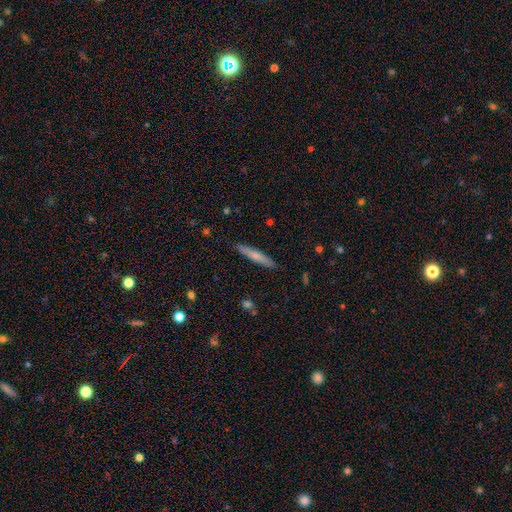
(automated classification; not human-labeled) Smooth or featured: smooth — 61% (featured or disk — 33%)
How rounded: cigar-shaped — 93% (in between — 5%)
Merging: none — 89% (minor disturbance — 8%)